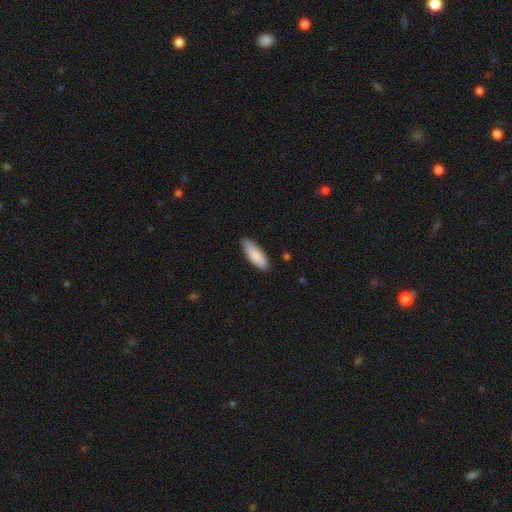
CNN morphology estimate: Overall: smooth (87%). How rounded: in between (60%; cigar-shaped 38%). Merging: none (81%).